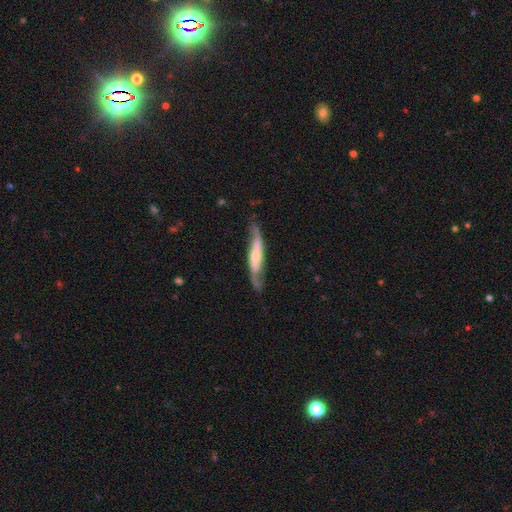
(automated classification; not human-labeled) This is likely a featured or disk galaxy (73%). It is possibly not viewed edge-on (56%). Merging: likely none (69%).